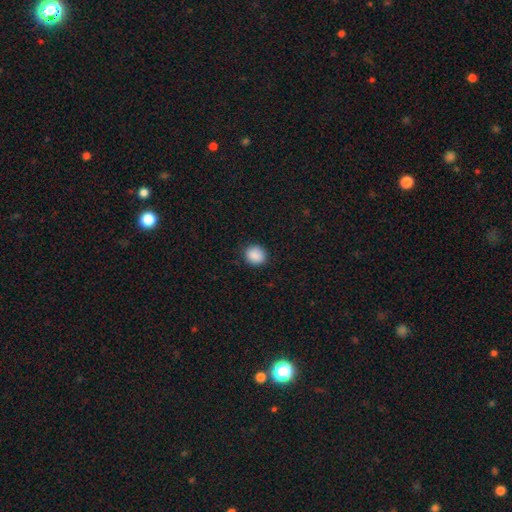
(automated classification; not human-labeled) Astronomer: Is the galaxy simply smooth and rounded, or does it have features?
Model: smooth — 89%.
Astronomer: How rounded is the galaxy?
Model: round — 82%.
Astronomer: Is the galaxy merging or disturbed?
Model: none — 90%.